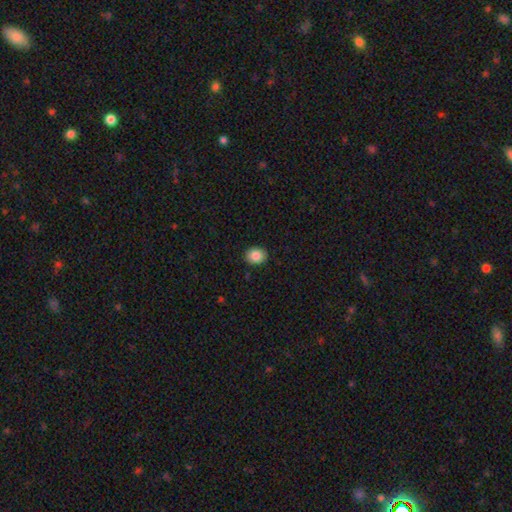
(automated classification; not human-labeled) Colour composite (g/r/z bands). It shows a smooth galaxy with no disk features (86%) that is round (55%). Merging: none (90%).